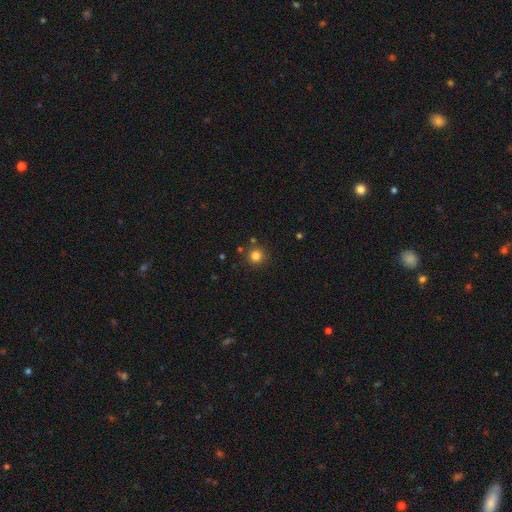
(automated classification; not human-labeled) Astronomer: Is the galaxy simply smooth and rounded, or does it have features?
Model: smooth — 81%.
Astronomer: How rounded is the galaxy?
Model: round — 94%.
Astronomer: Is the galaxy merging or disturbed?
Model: none — 86%.